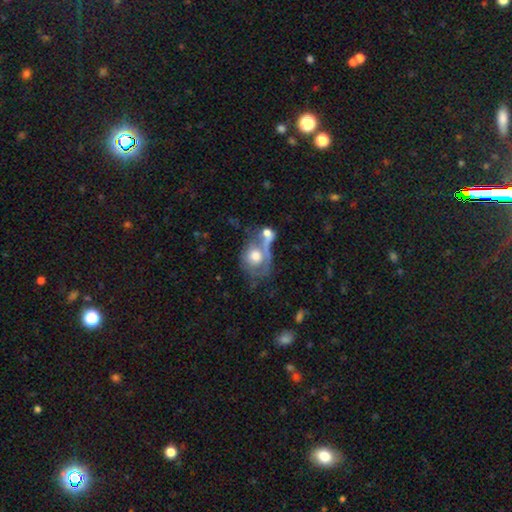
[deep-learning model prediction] Morphology: type=smooth (47%); merging=merger (41%).